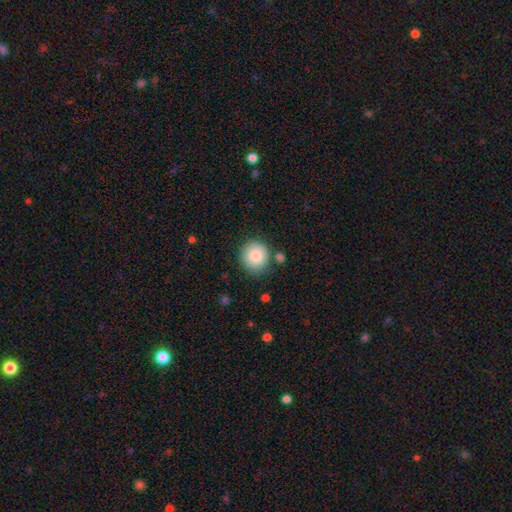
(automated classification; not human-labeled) smooth_or_featured: smooth (p=0.85) [alt: star or artifact p=0.08]
how_rounded: round (p=0.89) [alt: in between p=0.10]
merging: none (p=0.81) [alt: minor disturbance p=0.11]